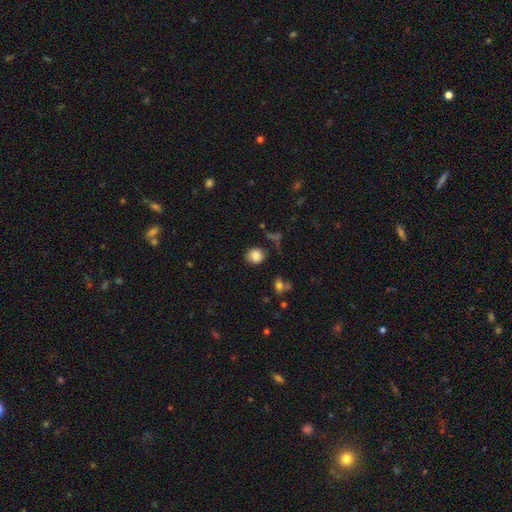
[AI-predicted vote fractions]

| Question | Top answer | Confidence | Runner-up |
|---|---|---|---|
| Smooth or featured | smooth | 84% | star or artifact (10%) |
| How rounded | round | 83% | in between (16%) |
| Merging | none | 77% | minor disturbance (13%) |